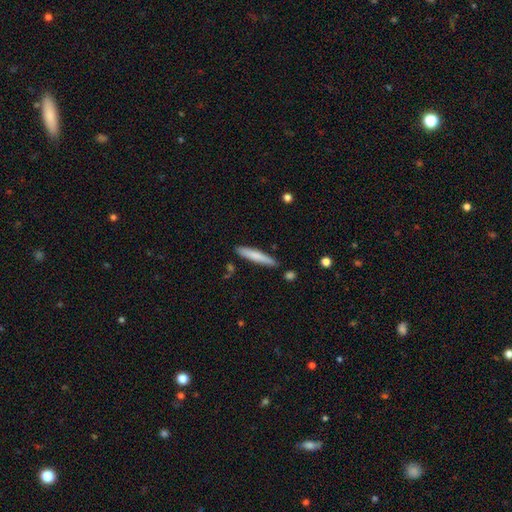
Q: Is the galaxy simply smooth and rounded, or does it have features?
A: smooth — 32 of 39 (82%).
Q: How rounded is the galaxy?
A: cigar-shaped — 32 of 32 (100%).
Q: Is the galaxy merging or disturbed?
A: none — 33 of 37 (89%).